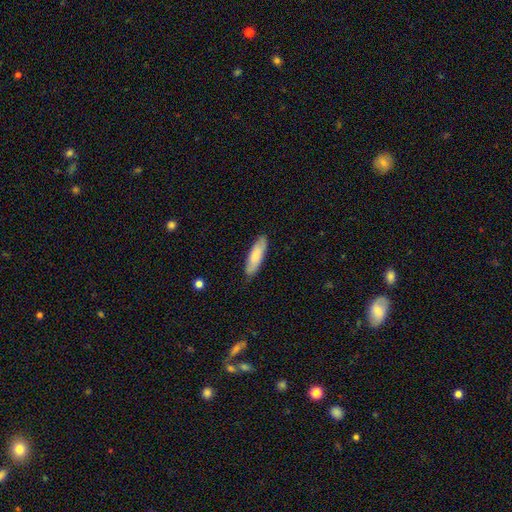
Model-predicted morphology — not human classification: type=smooth (77%); roundness=cigar-shaped (55%); merging=none (84%).